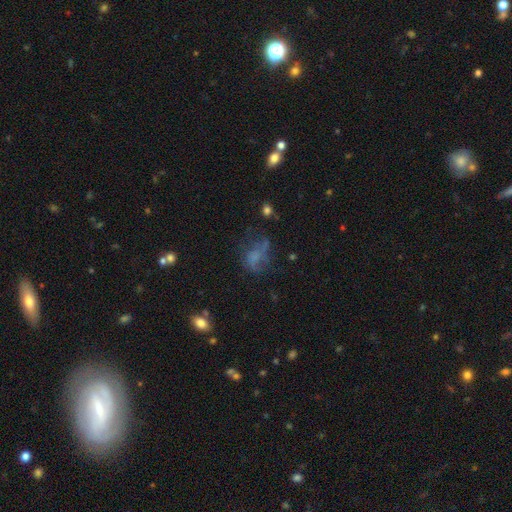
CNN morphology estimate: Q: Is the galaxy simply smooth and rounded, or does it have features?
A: smooth — 44%.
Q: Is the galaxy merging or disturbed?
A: none — 39%.